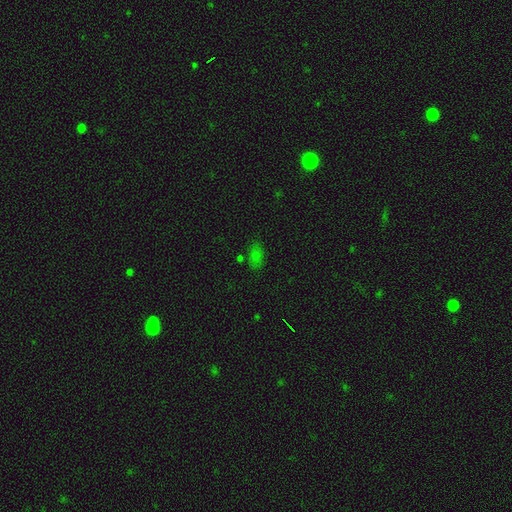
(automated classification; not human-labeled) smooth_or_featured: smooth (p=0.59) [alt: star or artifact p=0.30]
how_rounded: in between (p=0.78) [alt: round p=0.18]
merging: none (p=0.75) [alt: minor disturbance p=0.14]